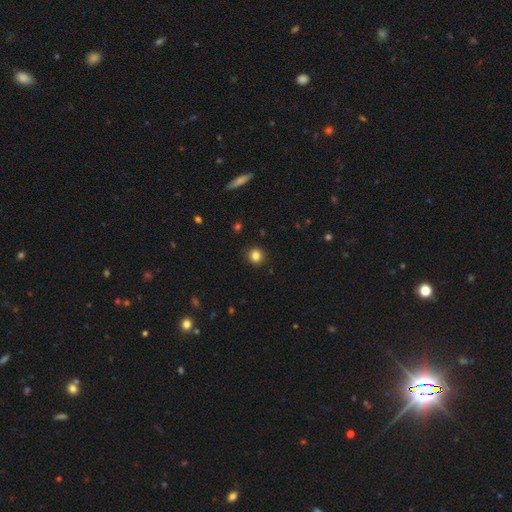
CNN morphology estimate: Smooth or featured: smooth — 83% (star or artifact — 12%)
How rounded: round — 92% (in between — 7%)
Merging: none — 91% (minor disturbance — 6%)